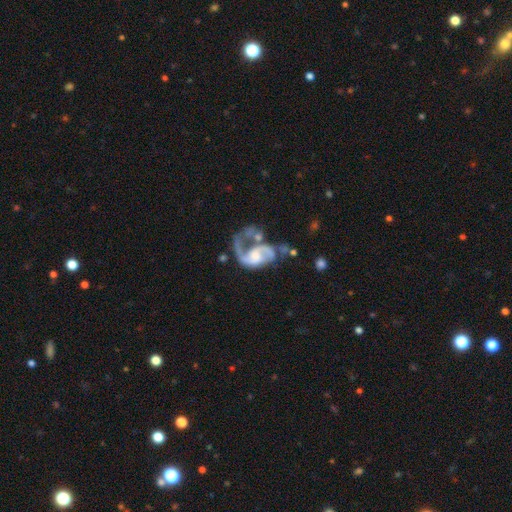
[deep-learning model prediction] This appears to be a featured or disk galaxy (85%) with no bar (54%), 2 (67%) loose (51%) spiral arms (92%) and a moderate central bulge (40%). Merging: major disturbance (43%).